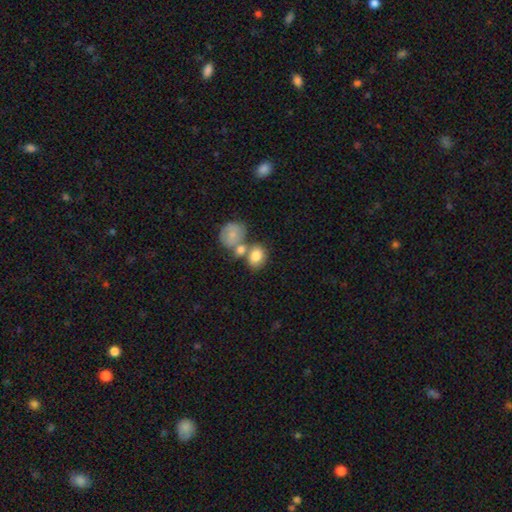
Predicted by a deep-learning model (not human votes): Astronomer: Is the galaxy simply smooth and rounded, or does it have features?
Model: smooth — 80%.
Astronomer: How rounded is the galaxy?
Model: in between — 58% (runner-up: round, 41%).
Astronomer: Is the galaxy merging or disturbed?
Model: merger — 45% (runner-up: none, 38%).